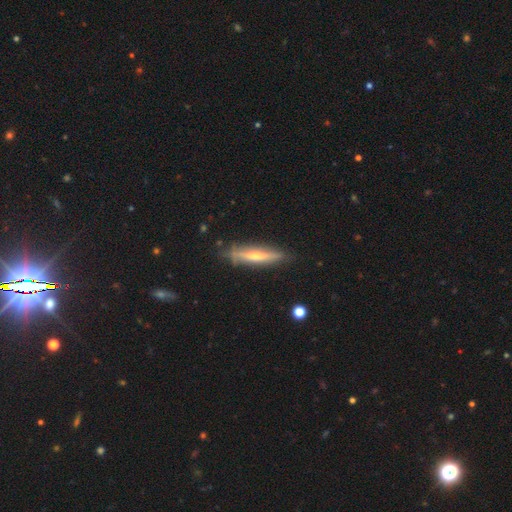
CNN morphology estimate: A featured or disk galaxy (57%) viewed edge-on (87%). Merging: none (80%).